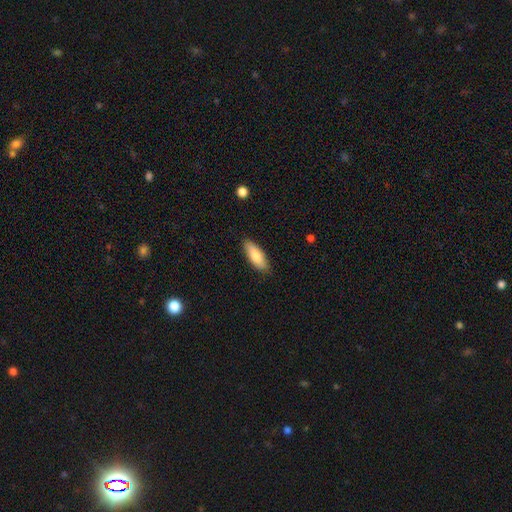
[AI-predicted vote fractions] Smooth or featured? Predicted: smooth (p=0.79). How rounded? Predicted: in between (p=0.69). Merging? Predicted: none (p=0.86).